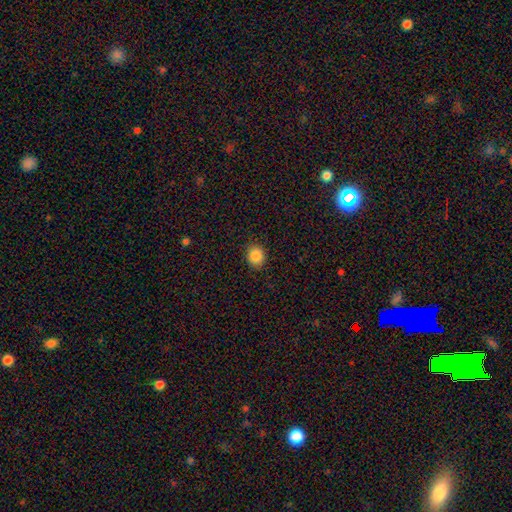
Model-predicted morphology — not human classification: The model was most divided on "how rounded": round: 71%, in between: 29%, cigar-shaped: 1%. More confident: merging — none (89%); smooth or featured — smooth (87%).